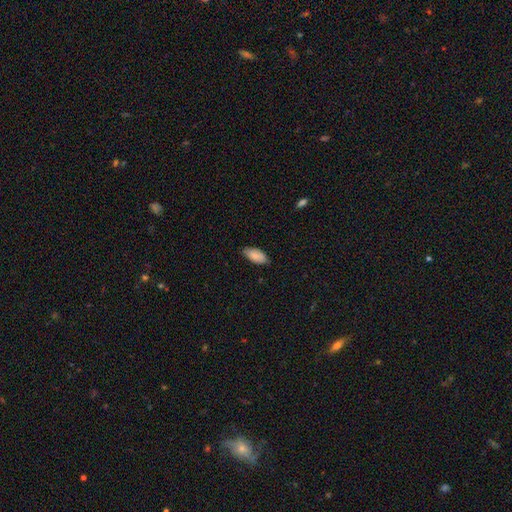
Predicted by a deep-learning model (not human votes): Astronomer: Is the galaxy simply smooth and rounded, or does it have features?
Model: smooth — 84%.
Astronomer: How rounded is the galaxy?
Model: in between — 92%.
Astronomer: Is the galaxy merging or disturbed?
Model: none — 80%.